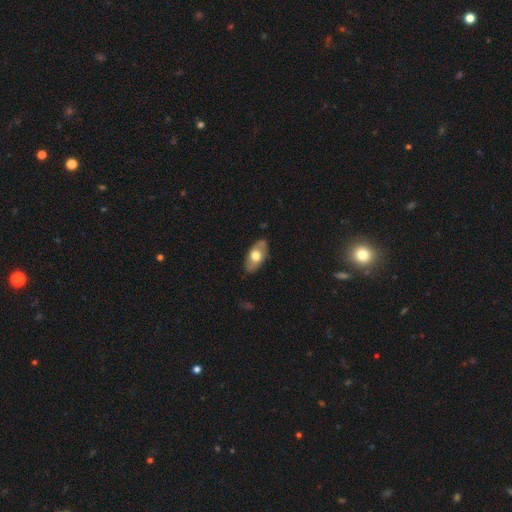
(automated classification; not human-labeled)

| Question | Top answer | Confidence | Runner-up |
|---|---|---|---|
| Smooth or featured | smooth | 57% | featured or disk (37%) |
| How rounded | in between | 90% | round (5%) |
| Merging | none | 81% | minor disturbance (15%) |